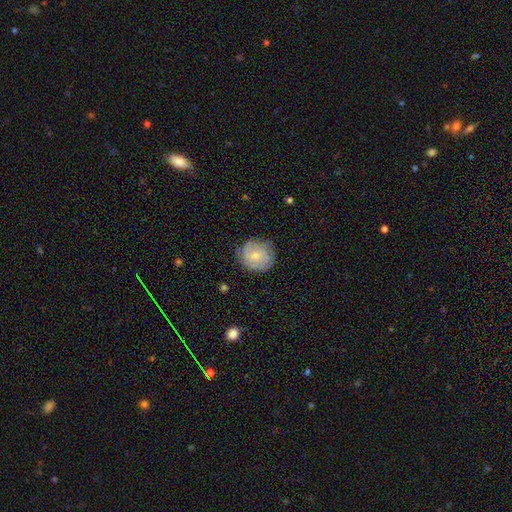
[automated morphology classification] Smooth or featured? Predicted: featured or disk (p=0.47). Merging? Predicted: none (p=0.73).